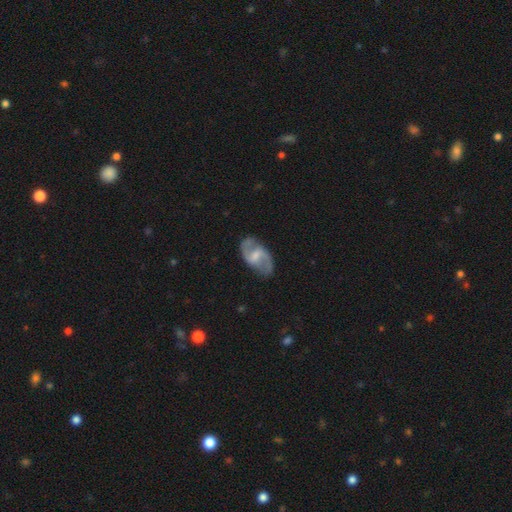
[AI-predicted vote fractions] Q: Smooth or featured?
A: featured or disk (80%); runner-up: smooth (15%)
Q: Edge-on disk?
A: no (97%); runner-up: yes (3%)
Q: Bar?
A: weak (58%); runner-up: strong (26%)
Q: Spiral arms?
A: yes (92%); runner-up: no (8%)
Q: Spiral winding?
A: medium (46%); runner-up: loose (42%)
Q: Spiral arm count?
A: 2 (91%); runner-up: can't tell (4%)
Q: Bulge size?
A: small (43%); runner-up: moderate (39%)
Q: Merging?
A: none (80%); runner-up: minor disturbance (14%)